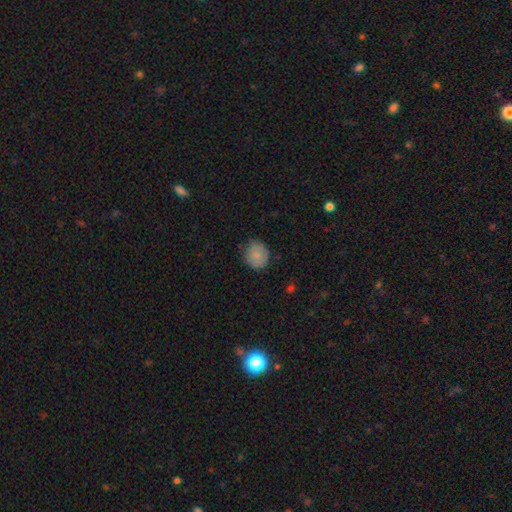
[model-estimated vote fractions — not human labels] Smooth or featured? smooth (77%)
How rounded? round (76%)
Merging? none (78%)